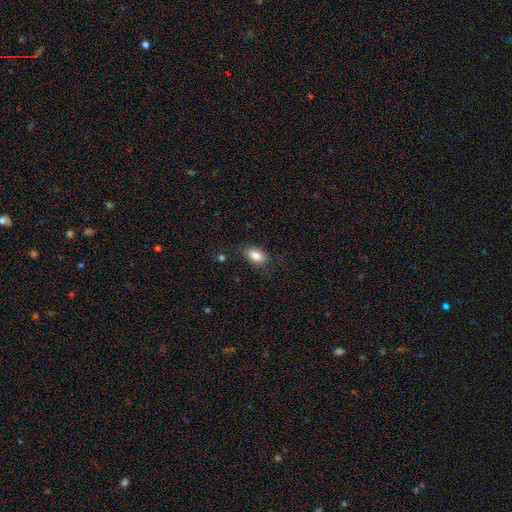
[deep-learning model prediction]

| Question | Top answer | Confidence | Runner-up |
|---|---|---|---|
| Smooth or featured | smooth | 85% | star or artifact (8%) |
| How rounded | in between | 90% | round (5%) |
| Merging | none | 82% | minor disturbance (13%) |